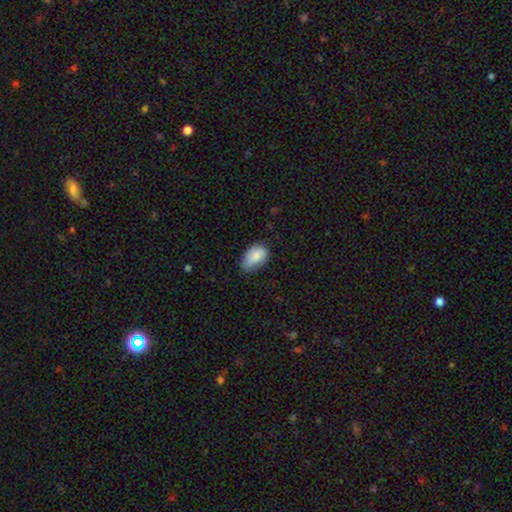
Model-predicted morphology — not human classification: This is clearly a smooth galaxy (82%). How rounded: clearly in between (90%). Merging: possibly none (54%).